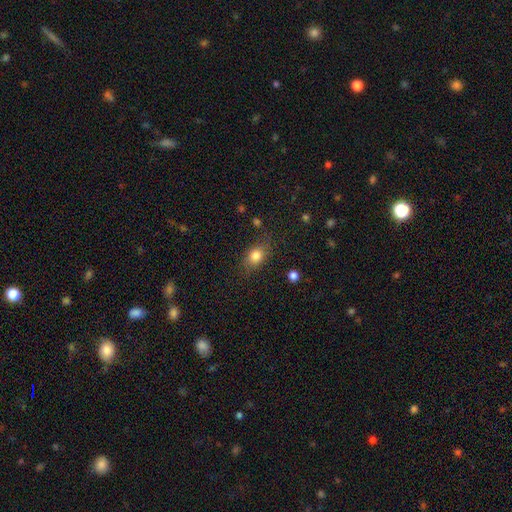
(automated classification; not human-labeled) Q: Smooth or featured?
A: smooth (81%); runner-up: star or artifact (10%)
Q: How rounded?
A: in between (64%); runner-up: round (33%)
Q: Merging?
A: none (77%); runner-up: minor disturbance (17%)